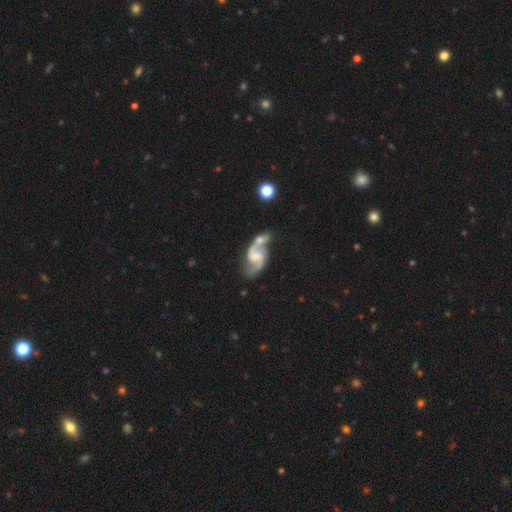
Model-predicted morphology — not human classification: smooth_or_featured: featured or disk (p=0.86) [alt: smooth p=0.09]
disk_edge_on: no (p=0.97) [alt: yes p=0.03]
bar: weak (p=0.45) [alt: no p=0.42]
has_spiral_arms: yes (p=0.96) [alt: no p=0.04]
spiral_winding: loose (p=0.53) [alt: medium p=0.39]
spiral_arm_count: 2 (p=0.92) [alt: can't tell p=0.03]
bulge_size: small (p=0.43) [alt: moderate p=0.28]
merging: merger (p=0.43) [alt: none p=0.34]